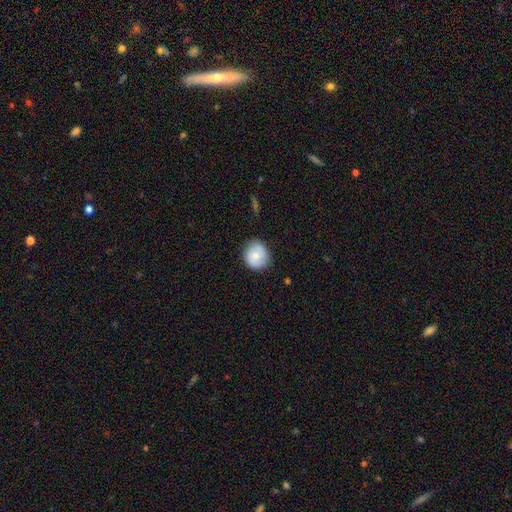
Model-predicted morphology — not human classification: type=smooth (73%); roundness=round (82%); merging=none (81%).